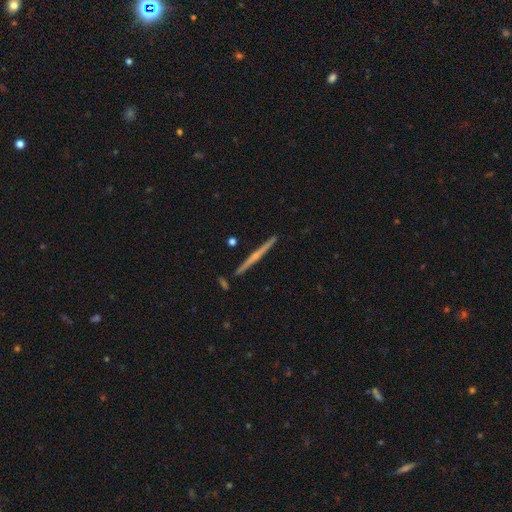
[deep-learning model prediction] smooth-or-featured: featured or disk: 67% | smooth: 27% | star or artifact: 6%
  disk-edge-on: yes: 98% | no: 2%
    edge-on-bulge: none: 51% | rounded: 43% | boxy: 7%
  merging: none: 91% | minor disturbance: 6% | merger: 2% | major disturbance: 1%